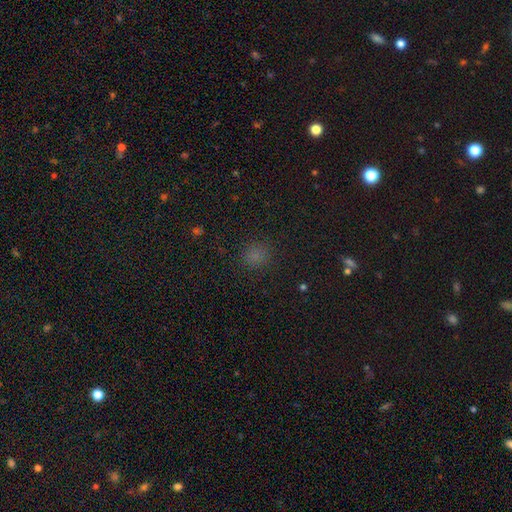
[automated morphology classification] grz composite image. It shows a smooth galaxy with no disk features (75%) that is round (84%). Merging: none (88%).